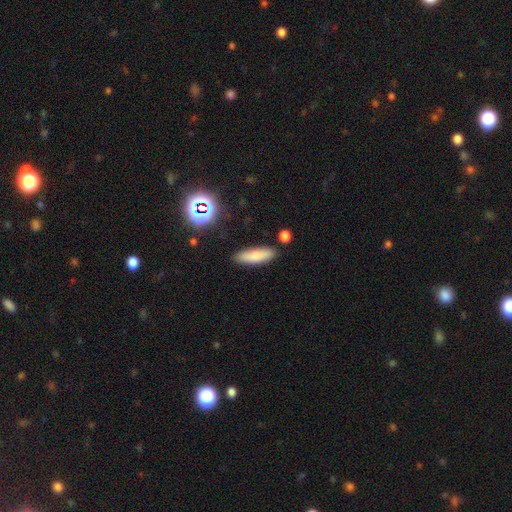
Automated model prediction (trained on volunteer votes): smooth 80%, featured or disk 12%, star or artifact 8%. Down the decision tree: how rounded — cigar-shaped (52%); merging — none (85%).